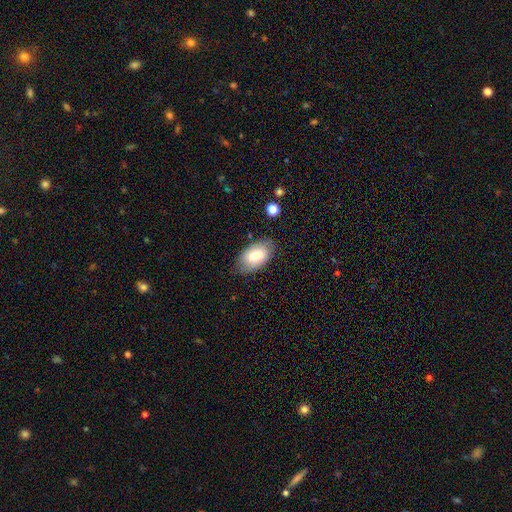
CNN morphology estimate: smooth 78%, featured or disk 15%, star or artifact 7%. Down the decision tree: how rounded — in between (94%); merging — none (78%).